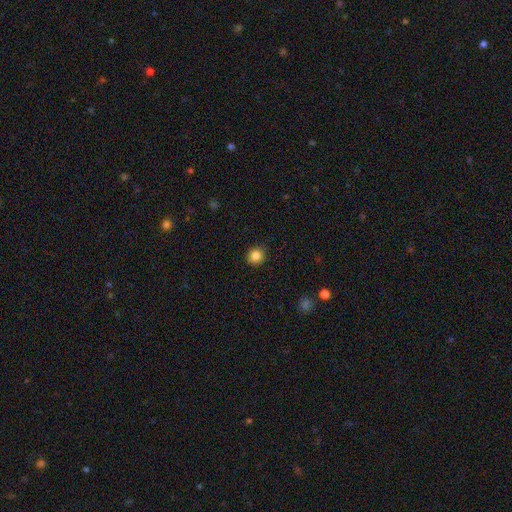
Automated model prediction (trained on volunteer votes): A smooth galaxy with no disk features (85%) that is round (89%).

Vote fractions:
- Smooth or featured? smooth: 85% / star or artifact: 11% / featured or disk: 5%
- How rounded? round: 89% / in between: 10% / cigar-shaped: 1%
- Merging? none: 91% / minor disturbance: 6% / major disturbance: 2% / merger: 1%